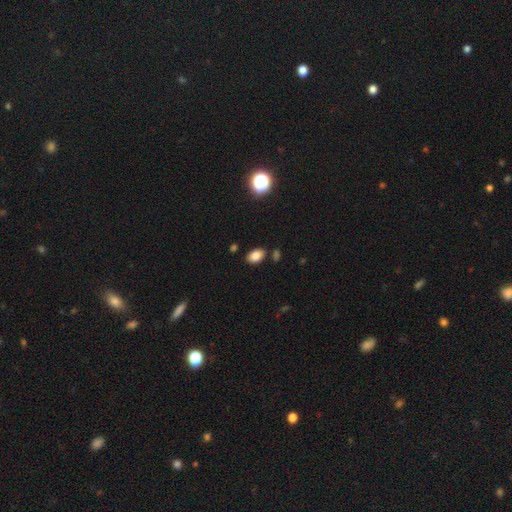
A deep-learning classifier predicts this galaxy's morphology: A smooth galaxy with no disk features (83%) that is in between round and cigar-shaped (86%). Merging: none (83%).